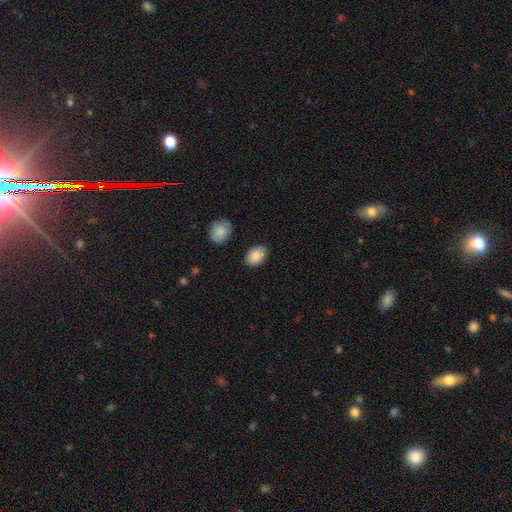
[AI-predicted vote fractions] Smooth or featured? Predicted: smooth (p=0.86). How rounded? Predicted: in between (p=0.82). Merging? Predicted: none (p=0.83).